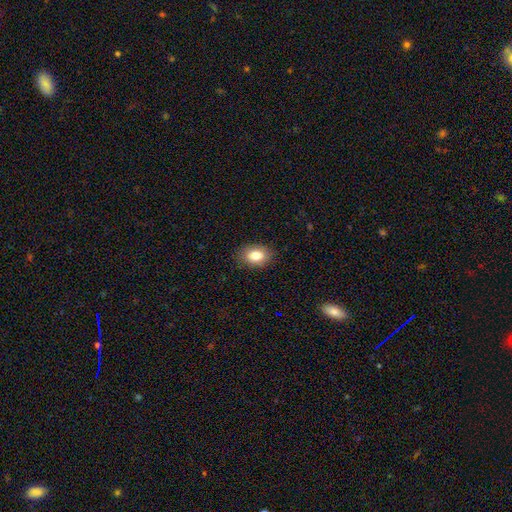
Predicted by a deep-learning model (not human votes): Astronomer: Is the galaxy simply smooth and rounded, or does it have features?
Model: smooth — 83%.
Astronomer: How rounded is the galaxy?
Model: in between — 81%.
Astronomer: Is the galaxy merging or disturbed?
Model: none — 86%.